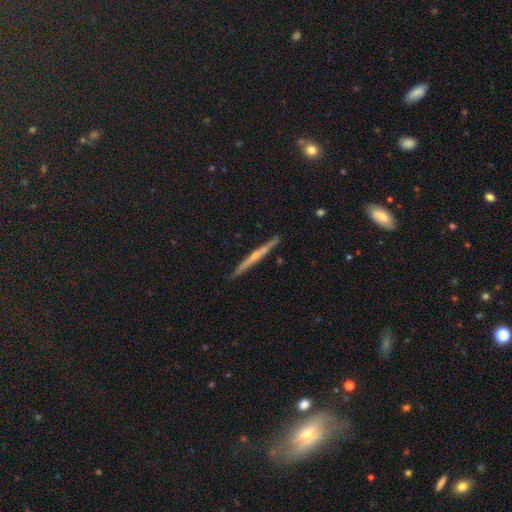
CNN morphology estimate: A featured or disk galaxy (63%) viewed edge-on (98%) with a rounded central bulge (48%). Merging: none (91%).